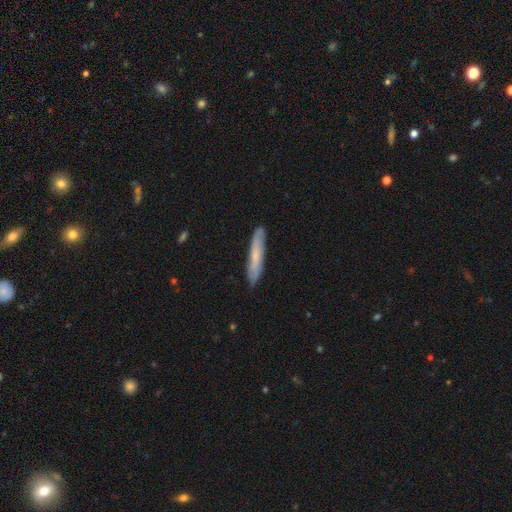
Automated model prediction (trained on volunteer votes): Smooth or featured? Predicted: smooth (p=0.55). How rounded? Predicted: cigar-shaped (p=0.89). Merging? Predicted: none (p=0.85).